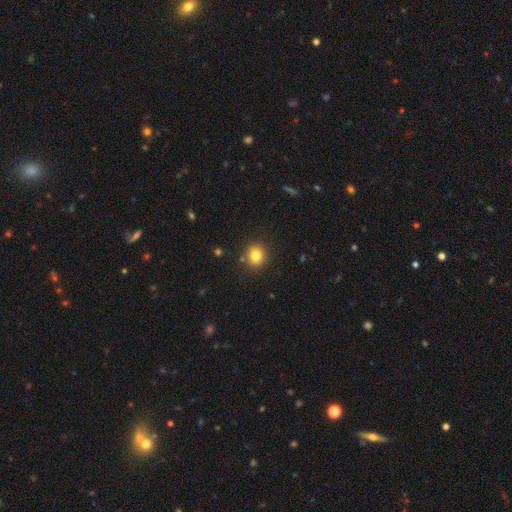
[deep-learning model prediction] smooth-or-featured: smooth: 81% | star or artifact: 12% | featured or disk: 7%
  how-rounded: round: 82% | in between: 17% | cigar-shaped: 1%
  merging: none: 86% | minor disturbance: 8% | merger: 3% | major disturbance: 2%